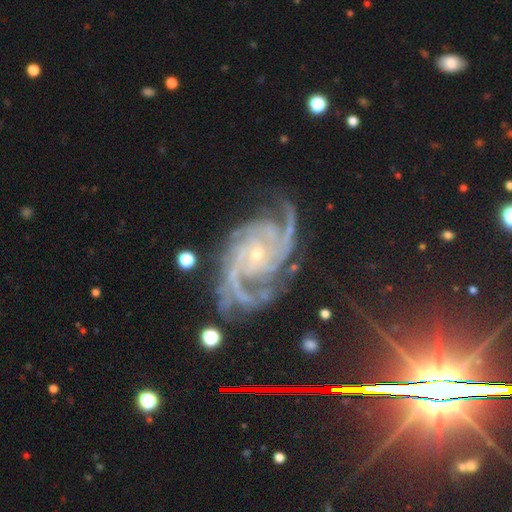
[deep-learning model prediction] Smooth or featured: featured or disk — 91% (star or artifact — 7%)
Edge-on disk: no — 98% (yes — 2%)
Bar: no — 70% (weak — 21%)
Spiral arms: yes — 99% (no — 1%)
Spiral winding: tight — 52% (medium — 40%)
Spiral arm count: 3 — 32% (2 — 24%)
Bulge size: small — 83% (moderate — 14%)
Merging: none — 70% (minor disturbance — 19%)